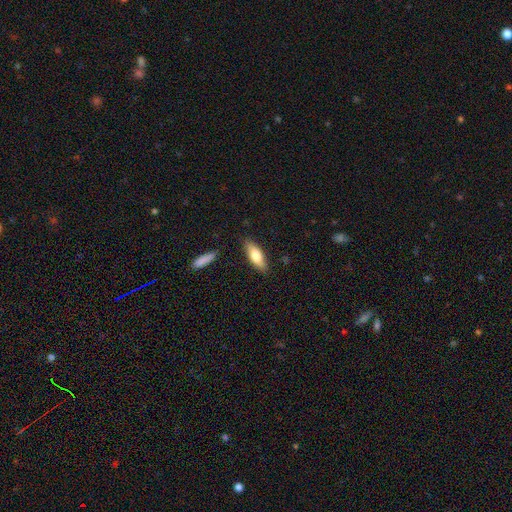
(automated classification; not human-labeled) Overall: smooth (75%). How rounded: in between (63%; cigar-shaped 35%). Merging: none (83%).